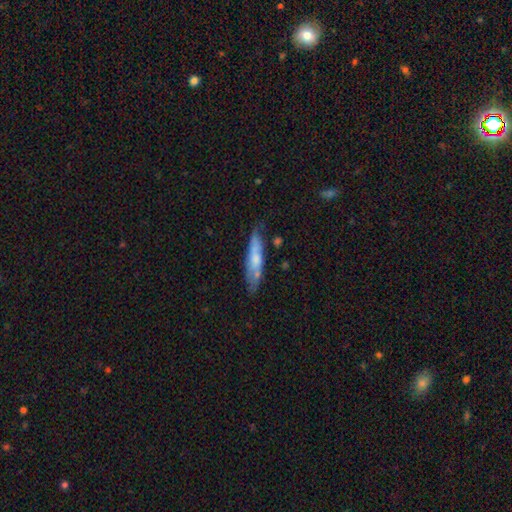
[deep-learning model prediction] A featured or disk galaxy (48%). Merging: none (75%).